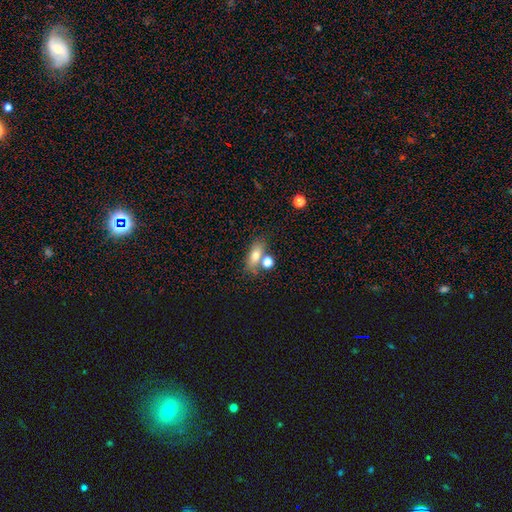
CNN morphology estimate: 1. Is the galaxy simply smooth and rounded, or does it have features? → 72% smooth, 17% featured or disk, 11% star or artifact.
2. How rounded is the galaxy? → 72% in between, 15% cigar-shaped, 13% round.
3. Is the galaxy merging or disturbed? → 59% none, 24% merger, 13% minor disturbance, 5% major disturbance.